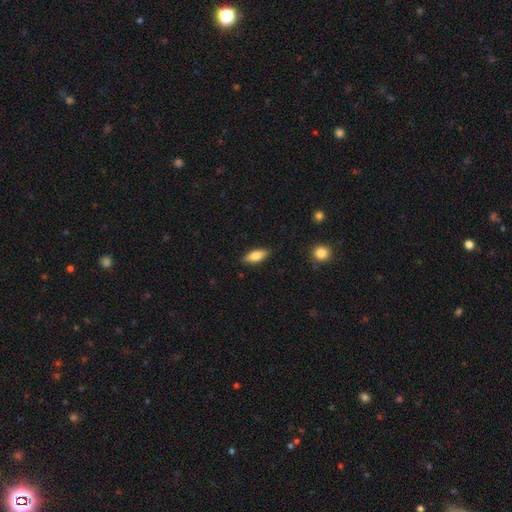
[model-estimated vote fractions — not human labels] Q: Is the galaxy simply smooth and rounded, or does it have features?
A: smooth — 70%.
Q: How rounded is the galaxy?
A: in between — 74%.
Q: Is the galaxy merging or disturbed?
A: none — 86%.